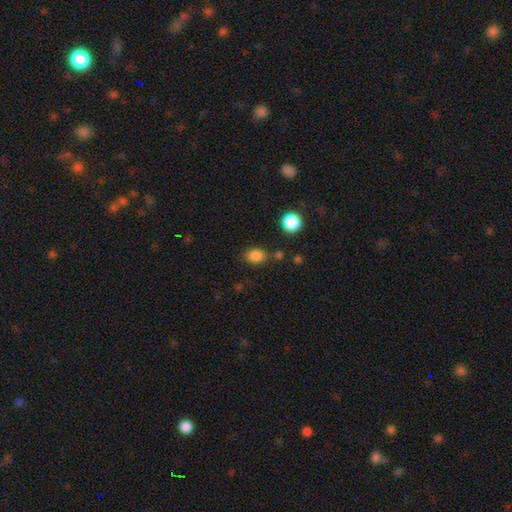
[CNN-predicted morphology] This appears to be a smooth galaxy with no disk features (84%) that is in between round and cigar-shaped (63%). Merging: none (76%).